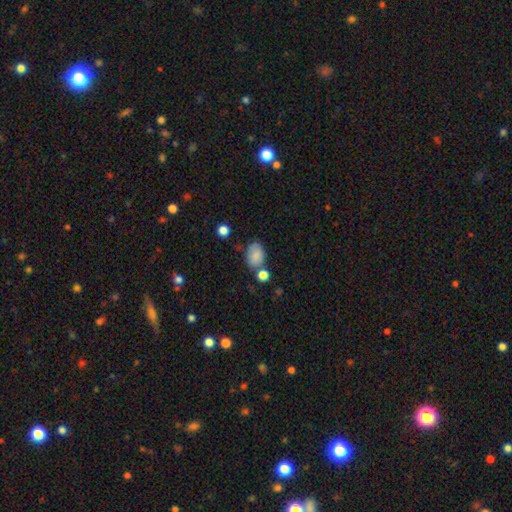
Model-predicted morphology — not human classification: Overall: smooth (81%). How rounded: in between (82%). Merging: none (61%).